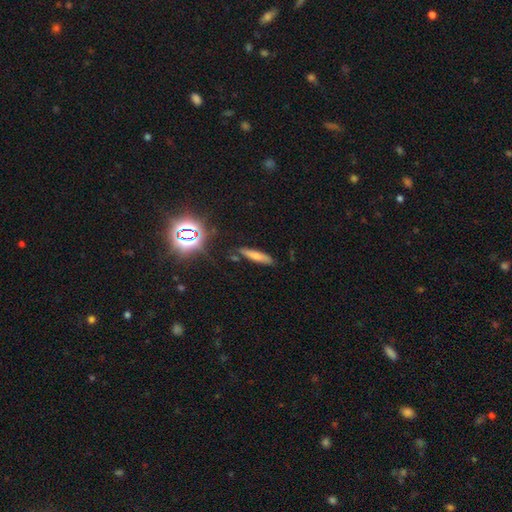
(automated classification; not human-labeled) Smooth or featured? Predicted: smooth (p=0.66). How rounded? Predicted: cigar-shaped (p=0.80). Merging? Predicted: none (p=0.80).